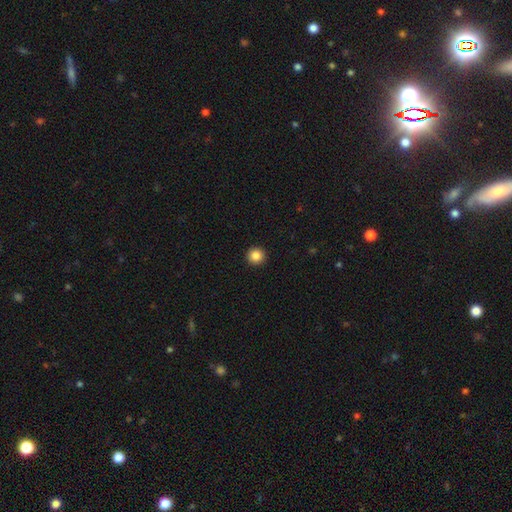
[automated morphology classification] Smooth or featured?
  - smooth: 86% *
  - star or artifact: 10%
  - featured or disk: 4%
How rounded?
  - round: 96% *
  - in between: 3%
  - cigar-shaped: 1%
Merging?
  - none: 94% *
  - minor disturbance: 4%
  - major disturbance: 1%
  - merger: 1%